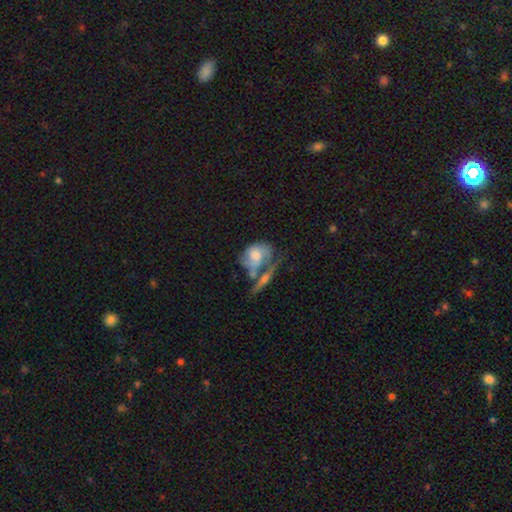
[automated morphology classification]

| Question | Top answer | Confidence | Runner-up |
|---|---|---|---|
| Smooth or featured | featured or disk | 48% | smooth (45%) |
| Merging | merger | 39% | none (26%) |